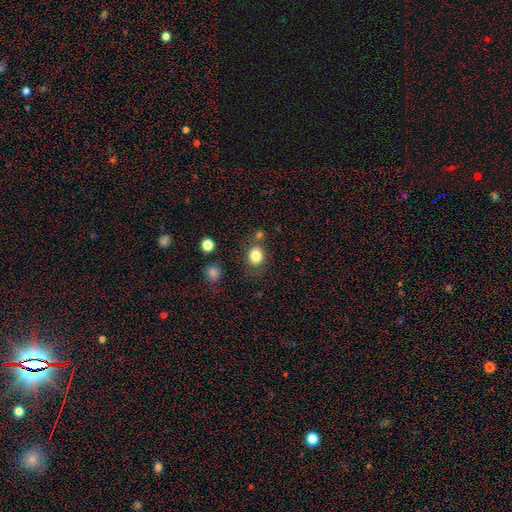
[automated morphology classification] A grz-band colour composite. It shows a smooth galaxy with no disk features (83%) that is round (65%). Merging: none (72%).